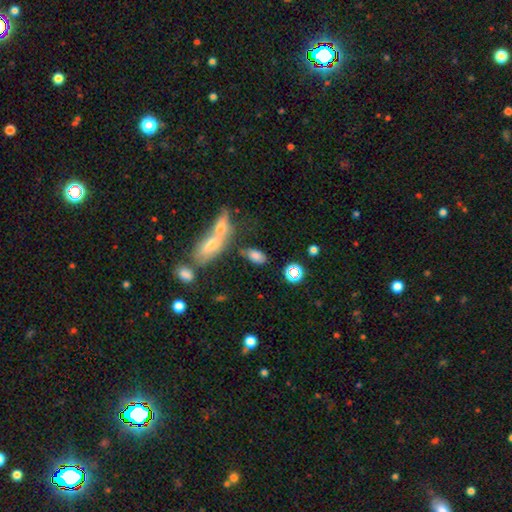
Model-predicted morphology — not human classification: Smooth or featured? smooth (74%)
How rounded? in between (87%)
Merging? none (59%)